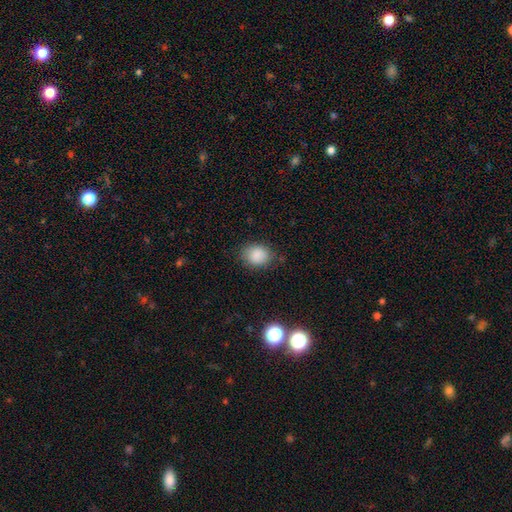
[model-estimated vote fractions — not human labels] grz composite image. It shows a smooth galaxy with no disk features (87%) that is round (59%). Merging: none (80%).